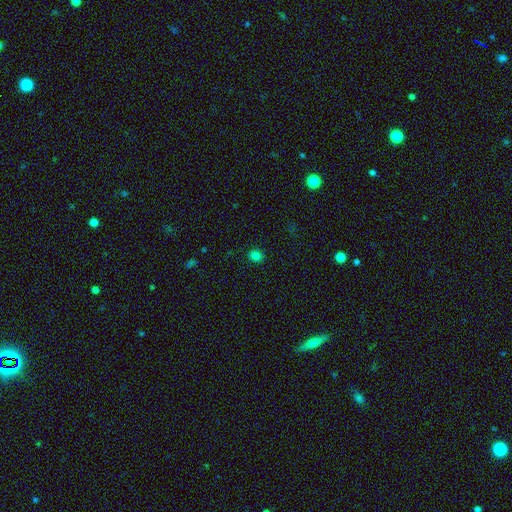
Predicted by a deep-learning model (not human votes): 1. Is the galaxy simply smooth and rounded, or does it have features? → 80% smooth, 16% star or artifact, 4% featured or disk.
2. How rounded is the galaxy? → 66% round, 33% in between, 1% cigar-shaped.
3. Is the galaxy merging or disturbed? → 89% none, 7% minor disturbance, 2% major disturbance, 1% merger.